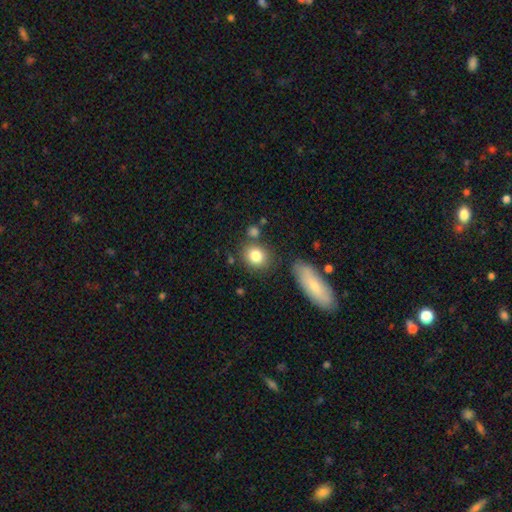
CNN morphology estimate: smooth_or_featured: smooth (p=0.83) [alt: star or artifact p=0.09]
how_rounded: round (p=0.71) [alt: in between p=0.28]
merging: none (p=0.75) [alt: minor disturbance p=0.12]